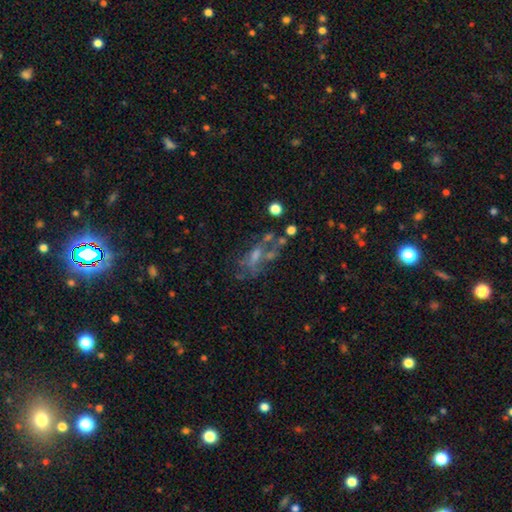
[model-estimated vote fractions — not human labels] This appears to be a featured or disk galaxy (53%). Merging: none (40%).